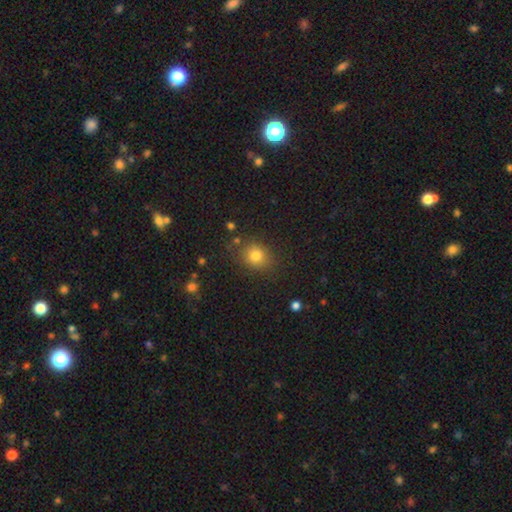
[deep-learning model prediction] Smooth or featured? smooth (79%)
How rounded? round (65%)
Merging? none (79%)